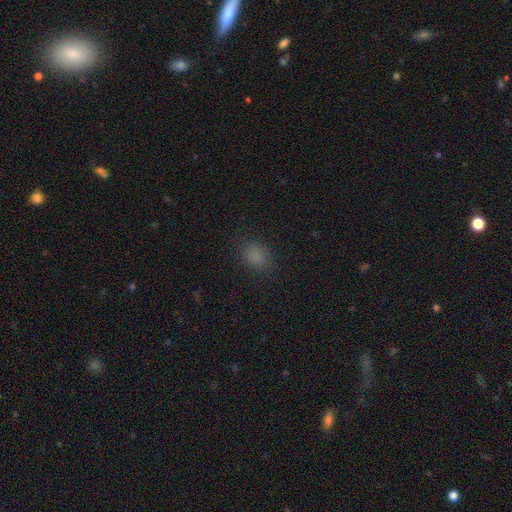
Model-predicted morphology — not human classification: type=smooth (81%); roundness=in between (65%); merging=none (83%).